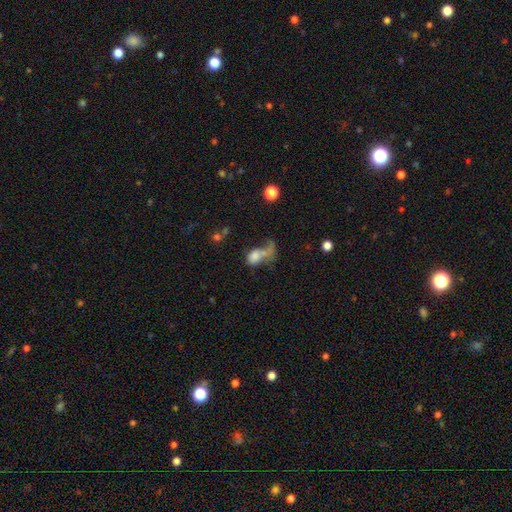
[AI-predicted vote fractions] Smooth or featured?
  - smooth: 62% *
  - featured or disk: 23%
  - star or artifact: 15%
How rounded?
  - in between: 68% *
  - round: 27%
  - cigar-shaped: 5%
Merging?
  - merger: 37% *
  - major disturbance: 31%
  - none: 20%
  - minor disturbance: 12%